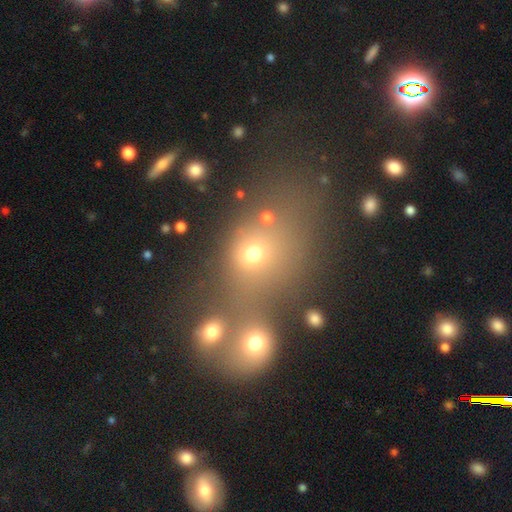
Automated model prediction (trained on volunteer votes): The model was most divided on "merging": merger: 50%, none: 33%, minor disturbance: 9%, major disturbance: 9%. More confident: how rounded — round (62%); smooth or featured — smooth (61%).